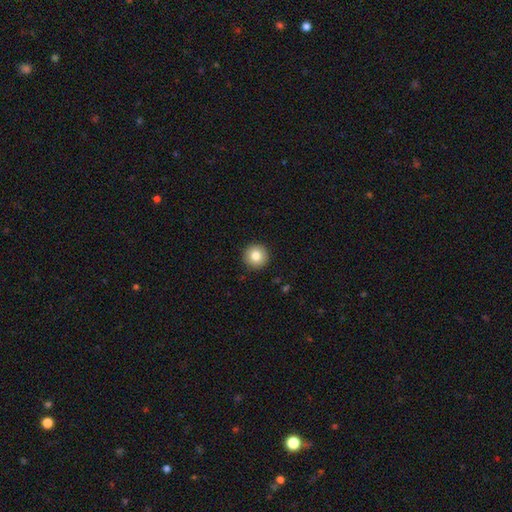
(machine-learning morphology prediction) smooth 81%, featured or disk 10%, star or artifact 9%. Down the decision tree: how rounded — round (96%); merging — none (93%).